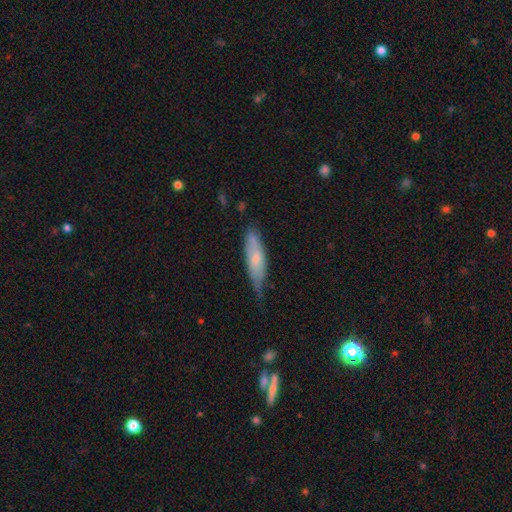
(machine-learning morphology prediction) Smooth or featured: smooth — 61% (featured or disk — 33%)
How rounded: cigar-shaped — 60% (in between — 39%)
Merging: none — 52% (minor disturbance — 38%)